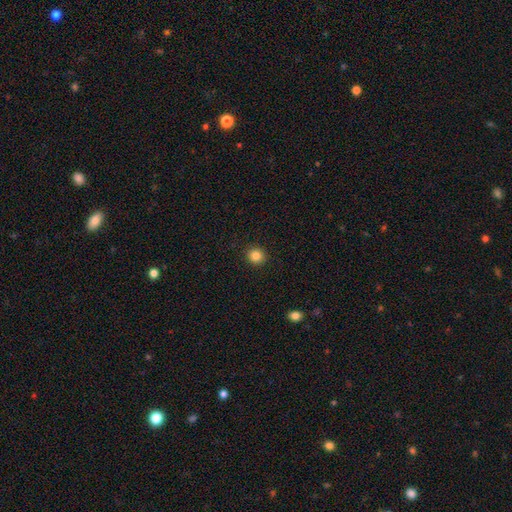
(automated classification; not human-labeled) Smooth or featured? smooth (85%)
How rounded? round (90%)
Merging? none (92%)